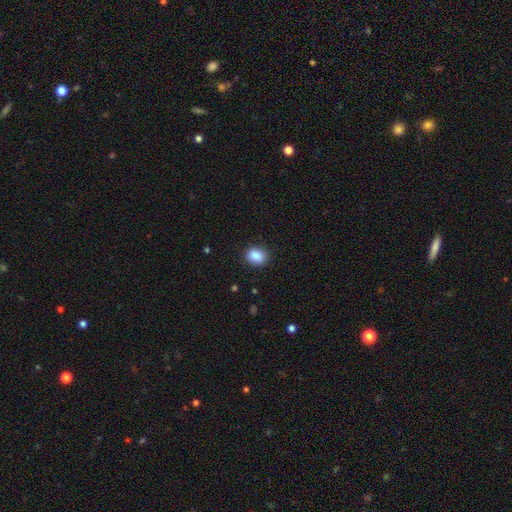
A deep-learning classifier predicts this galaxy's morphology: Smooth or featured?
  - smooth: 88% *
  - star or artifact: 9%
  - featured or disk: 4%
How rounded?
  - in between: 53% *
  - round: 46%
  - cigar-shaped: 1%
Merging?
  - none: 87% *
  - minor disturbance: 9%
  - major disturbance: 3%
  - merger: 1%